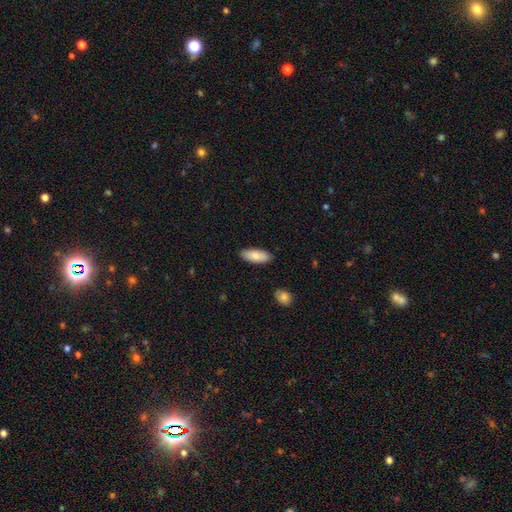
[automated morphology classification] smooth 82%, featured or disk 13%, star or artifact 6%. Down the decision tree: how rounded — in between (81%); merging — none (88%).